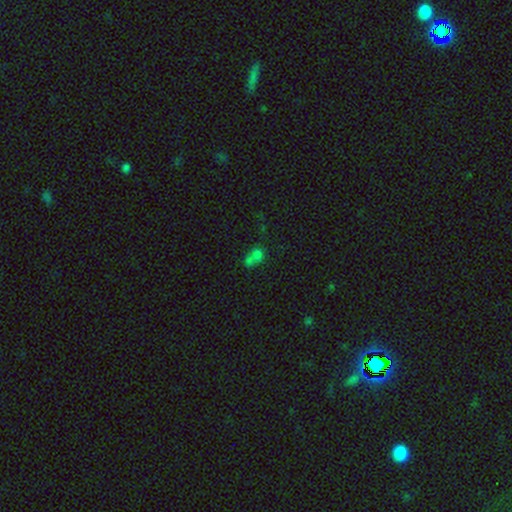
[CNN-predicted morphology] type=smooth (64%); roundness=round (59%); merging=merger (60%).